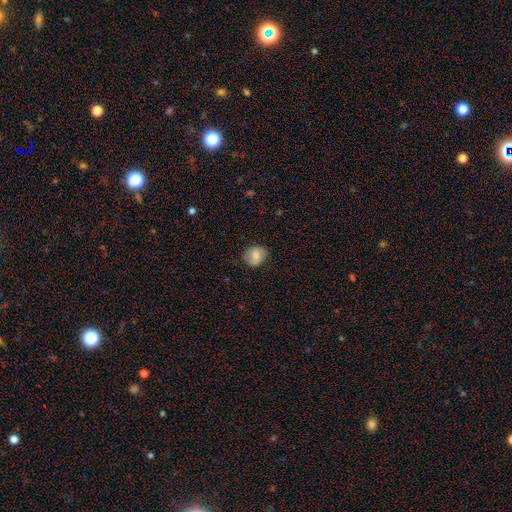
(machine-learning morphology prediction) This appears to be a smooth galaxy with no disk features (68%) that is round (66%). Merging: none (78%).